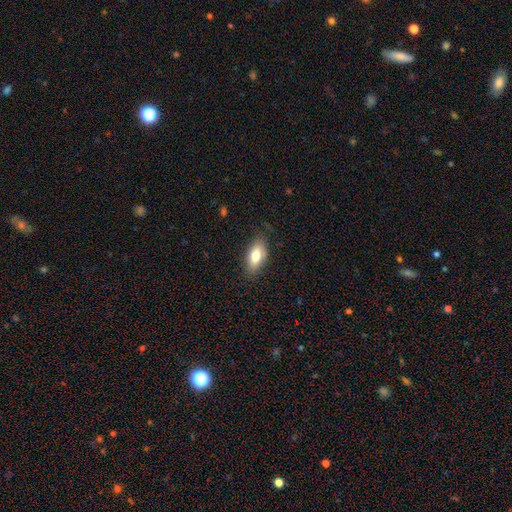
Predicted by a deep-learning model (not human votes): A smooth galaxy with no disk features (76%) that is in between round and cigar-shaped (86%).

Vote fractions:
- Smooth or featured? smooth: 76% / featured or disk: 16% / star or artifact: 7%
- How rounded? in between: 86% / cigar-shaped: 10% / round: 4%
- Merging? none: 81% / minor disturbance: 15% / major disturbance: 3% / merger: 1%